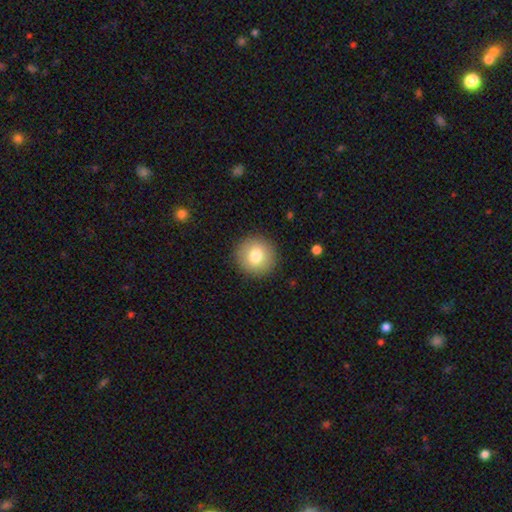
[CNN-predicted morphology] The model was most divided on "smooth or featured": smooth: 78%, featured or disk: 13%, star or artifact: 9%. More confident: how rounded — round (94%); merging — none (91%).